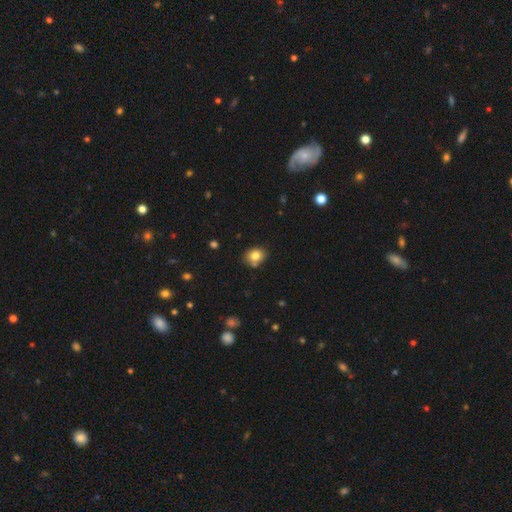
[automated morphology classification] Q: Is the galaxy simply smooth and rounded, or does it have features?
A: smooth — 80%.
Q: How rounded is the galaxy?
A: round — 63%.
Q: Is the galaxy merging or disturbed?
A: none — 74%.